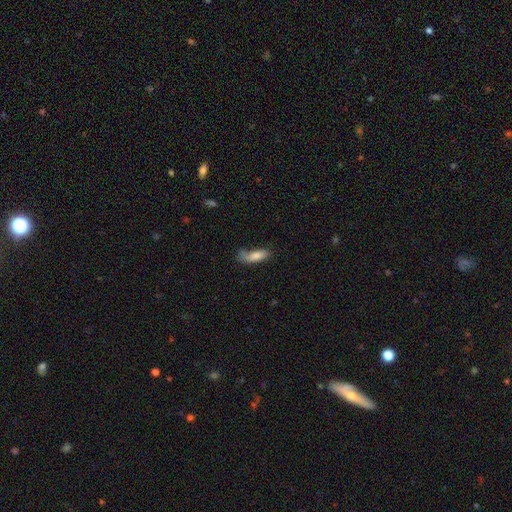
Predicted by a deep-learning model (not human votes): The model was most divided on "merging": none: 49%, minor disturbance: 28%, major disturbance: 15%, merger: 8%. More confident: smooth or featured — smooth (77%); how rounded — in between (60%).